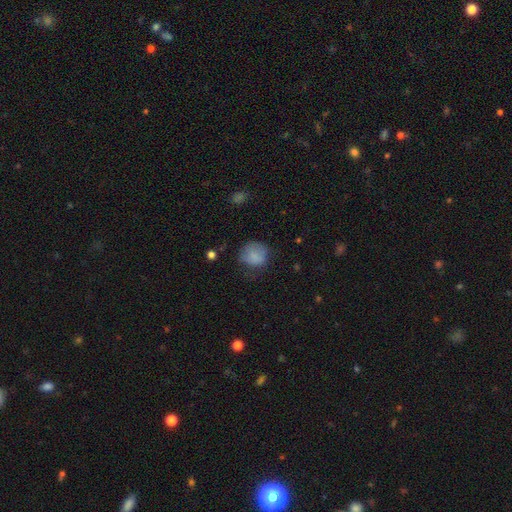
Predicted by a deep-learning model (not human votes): Smooth or featured: smooth — 79% (featured or disk — 11%)
How rounded: round — 77% (in between — 22%)
Merging: none — 59% (minor disturbance — 27%)